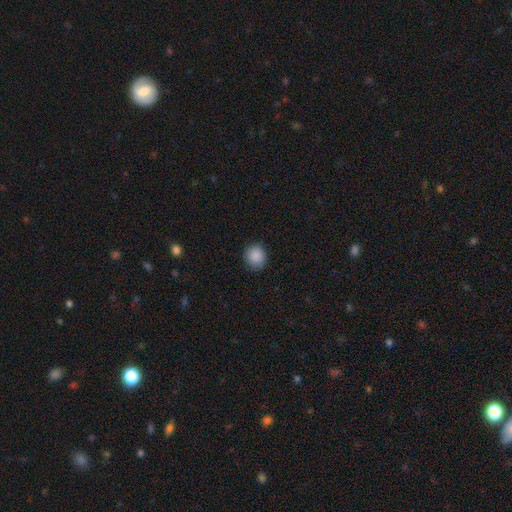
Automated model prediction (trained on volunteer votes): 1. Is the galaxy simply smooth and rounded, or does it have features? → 89% smooth, 9% star or artifact, 3% featured or disk.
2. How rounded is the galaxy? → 82% round, 17% in between, 1% cigar-shaped.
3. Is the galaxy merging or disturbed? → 88% none, 9% minor disturbance, 2% major disturbance, 1% merger.